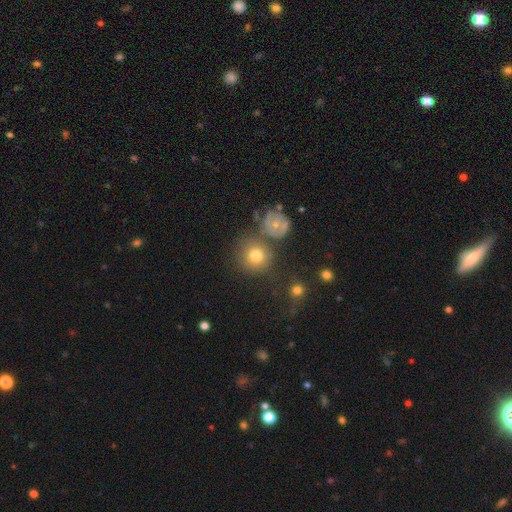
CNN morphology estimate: This appears to be a smooth galaxy with no disk features (75%) that is round (91%). Merging: none (70%).